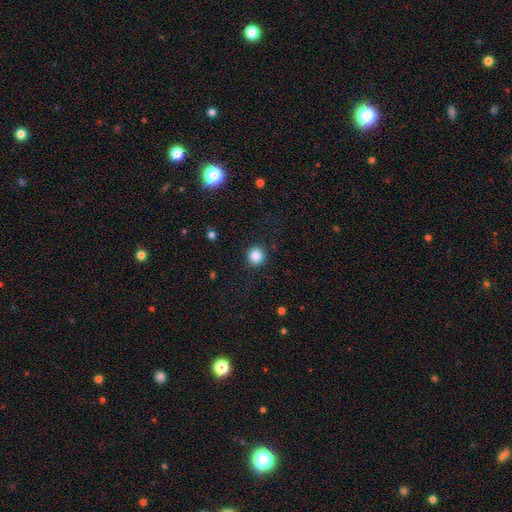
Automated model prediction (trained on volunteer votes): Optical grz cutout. It shows a smooth galaxy with no disk features (86%) that is round (92%). Merging: none (90%).